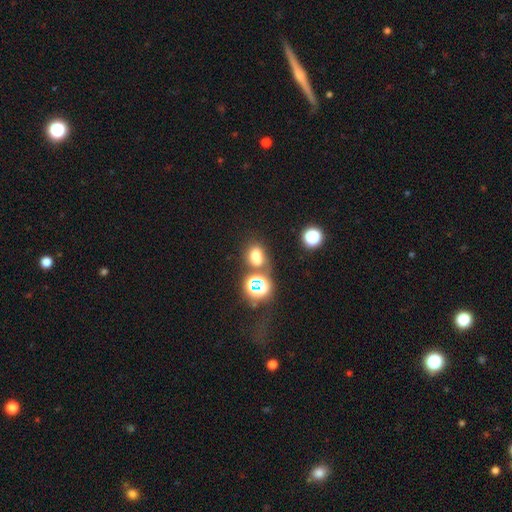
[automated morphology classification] This is likely a smooth galaxy (64%). How rounded: possibly in between (50%). Merging: possibly none (54%).